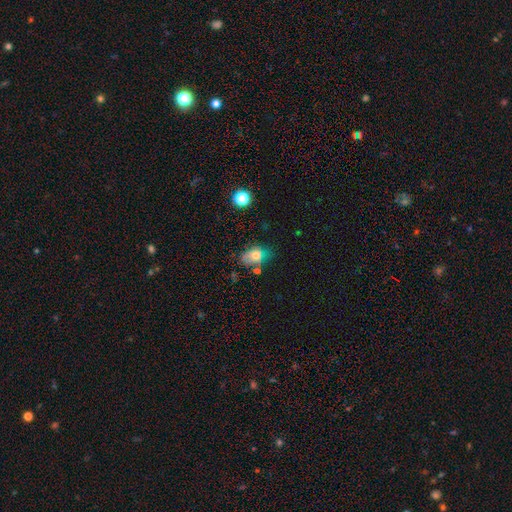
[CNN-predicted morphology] type=smooth (63%); roundness=in between (77%); merging=none (50%).